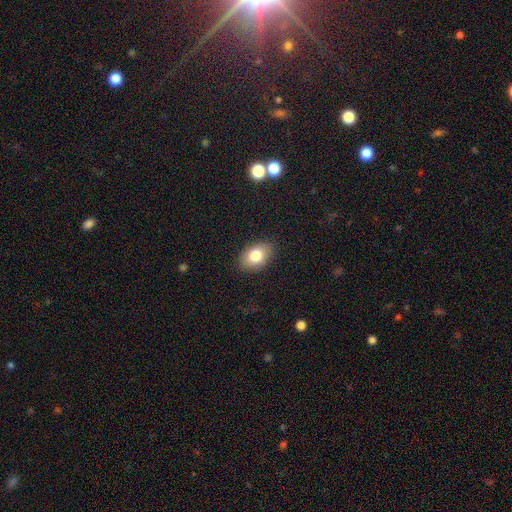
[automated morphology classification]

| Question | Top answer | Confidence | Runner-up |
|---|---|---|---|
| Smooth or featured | smooth | 80% | featured or disk (12%) |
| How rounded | in between | 86% | round (13%) |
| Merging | none | 87% | minor disturbance (10%) |